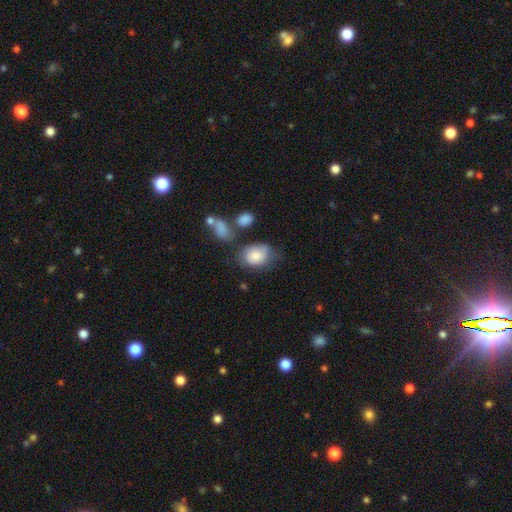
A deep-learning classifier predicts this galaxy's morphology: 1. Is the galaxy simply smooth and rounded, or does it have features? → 76% smooth, 17% featured or disk, 8% star or artifact.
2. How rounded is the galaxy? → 65% in between, 34% round, 1% cigar-shaped.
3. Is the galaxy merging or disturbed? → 47% none, 28% minor disturbance, 13% major disturbance, 12% merger.